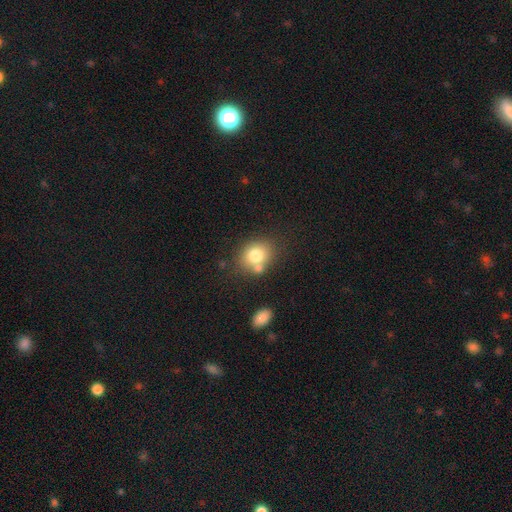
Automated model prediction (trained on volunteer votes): smooth_or_featured: smooth (p=0.76) [alt: featured or disk p=0.14]
how_rounded: round (p=0.55) [alt: in between p=0.44]
merging: none (p=0.60) [alt: merger p=0.22]